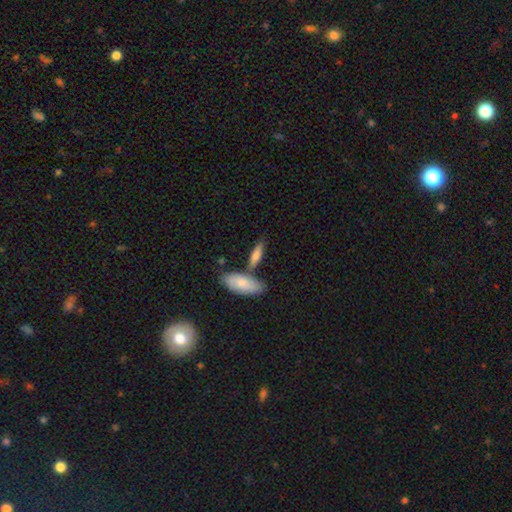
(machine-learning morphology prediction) smooth 72%, featured or disk 22%, star or artifact 6%. Down the decision tree: how rounded — cigar-shaped (50%); merging — none (62%).